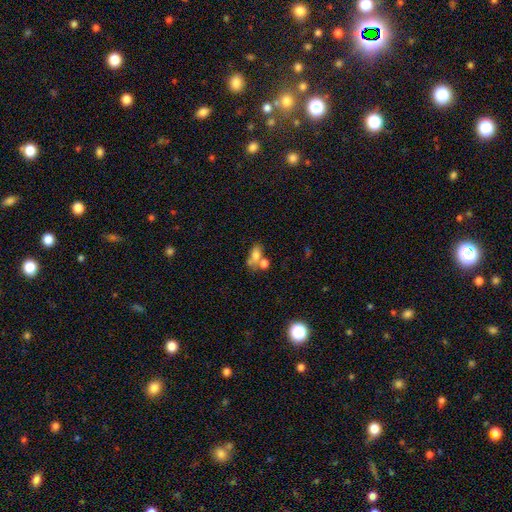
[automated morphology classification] smooth-or-featured: smooth: 68% | featured or disk: 20% | star or artifact: 12%
  how-rounded: in between: 76% | round: 20% | cigar-shaped: 4%
  merging: merger: 48% | none: 32% | minor disturbance: 12% | major disturbance: 8%